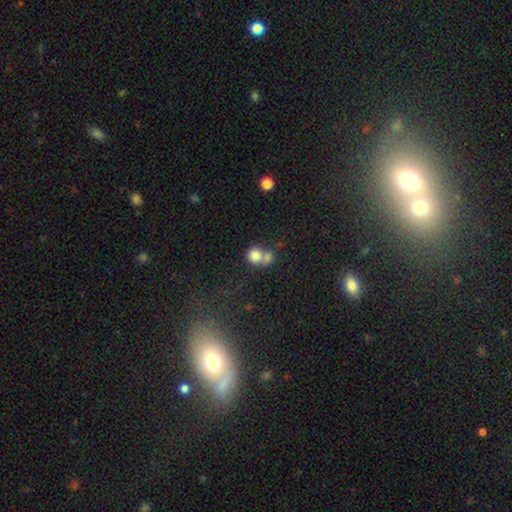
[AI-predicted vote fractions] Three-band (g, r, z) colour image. It shows a smooth galaxy with no disk features (79%) that is round (79%). Merging: merger (55%).